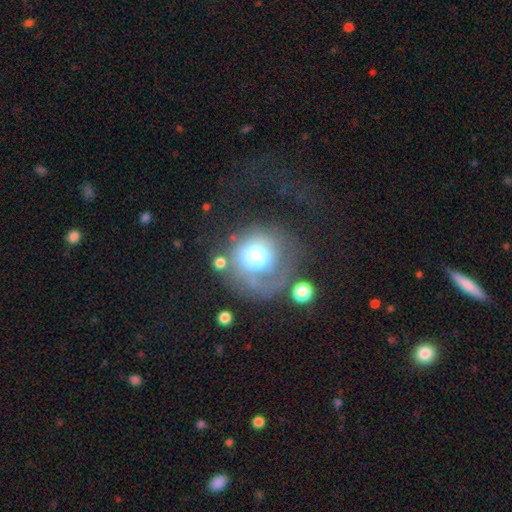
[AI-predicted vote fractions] smooth_or_featured: smooth (p=0.50) [alt: featured or disk p=0.39]
merging: none (p=0.37) [alt: major disturbance p=0.34]